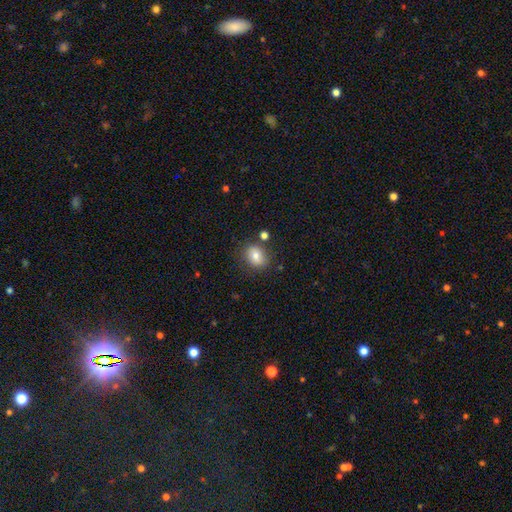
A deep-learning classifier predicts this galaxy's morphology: This is likely a smooth galaxy (77%). How rounded: possibly in between (52%). Merging: likely none (77%).